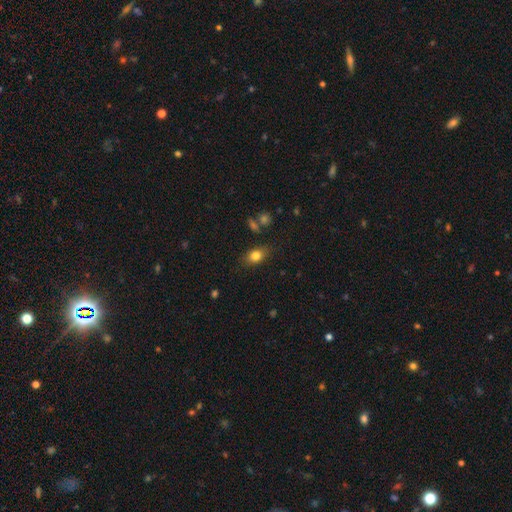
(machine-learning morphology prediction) smooth_or_featured: smooth (p=0.80) [alt: featured or disk p=0.10]
how_rounded: in between (p=0.75) [alt: round p=0.21]
merging: none (p=0.78) [alt: minor disturbance p=0.15]